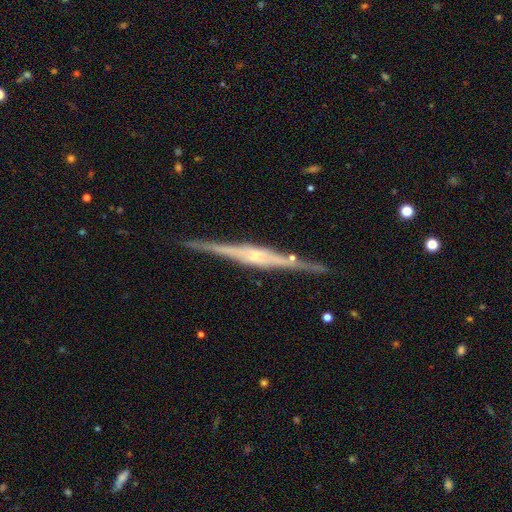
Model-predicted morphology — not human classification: This appears to be a featured or disk galaxy (87%) viewed edge-on (98%) with a boxy central bulge (46%). Merging: none (87%).